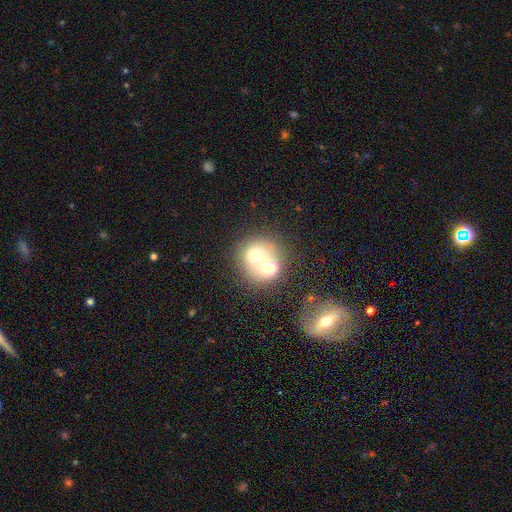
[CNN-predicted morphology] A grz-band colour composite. It shows a smooth galaxy with no disk features (64%) that is round (78%). Merging: merger (70%).